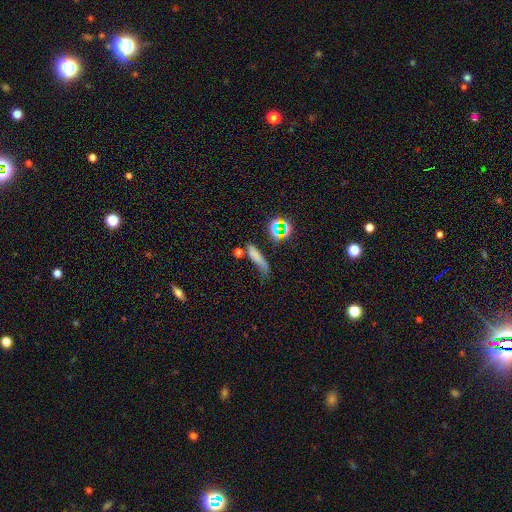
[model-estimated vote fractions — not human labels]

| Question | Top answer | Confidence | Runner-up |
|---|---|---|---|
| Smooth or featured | smooth | 65% | star or artifact (21%) |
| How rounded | cigar-shaped | 63% | in between (30%) |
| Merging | none | 45% | minor disturbance (28%) |